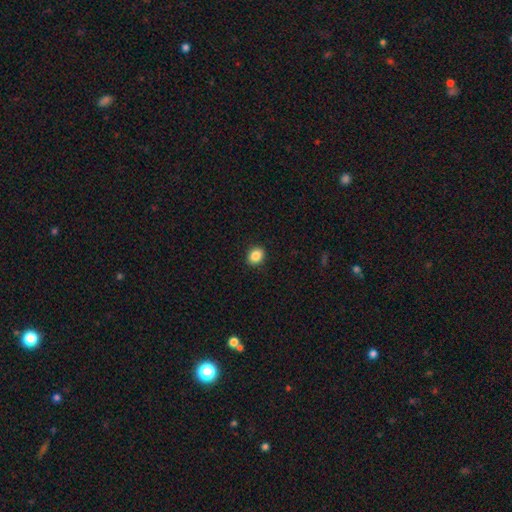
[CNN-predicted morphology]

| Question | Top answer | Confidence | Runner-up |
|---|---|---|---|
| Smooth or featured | smooth | 86% | star or artifact (10%) |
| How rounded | round | 59% | in between (41%) |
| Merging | none | 91% | minor disturbance (6%) |